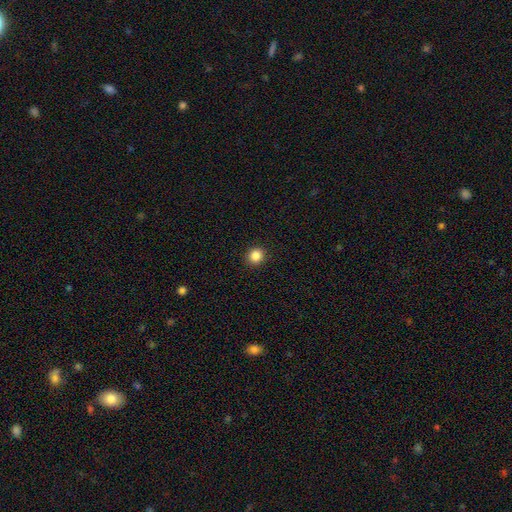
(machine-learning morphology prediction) Smooth or featured? smooth (85%)
How rounded? round (88%)
Merging? none (92%)